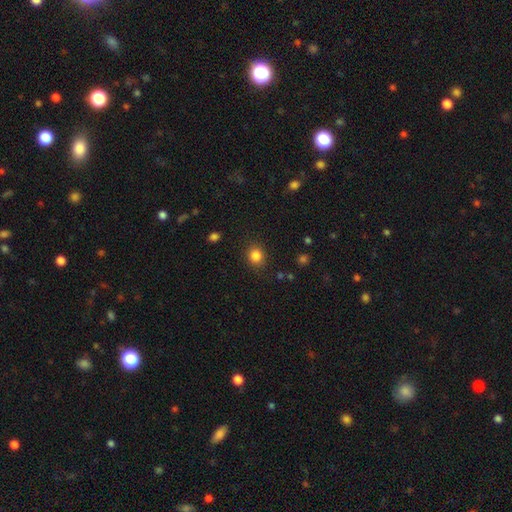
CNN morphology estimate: Overall: smooth (85%). How rounded: round (77%). Merging: none (86%).